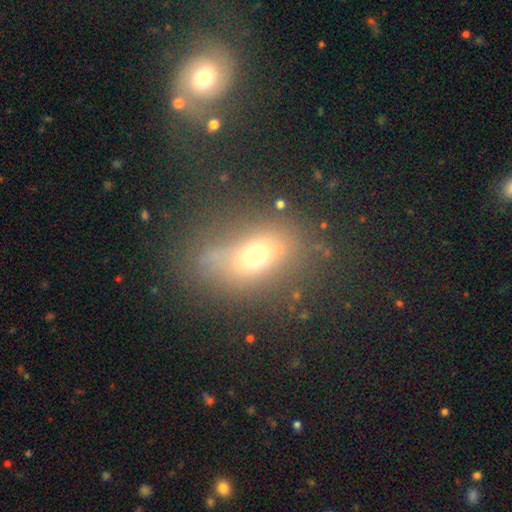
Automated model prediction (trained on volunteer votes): Overall: smooth (58%; featured or disk 24%). How rounded: in between (72%). Merging: none (59%; minor disturbance 21%).